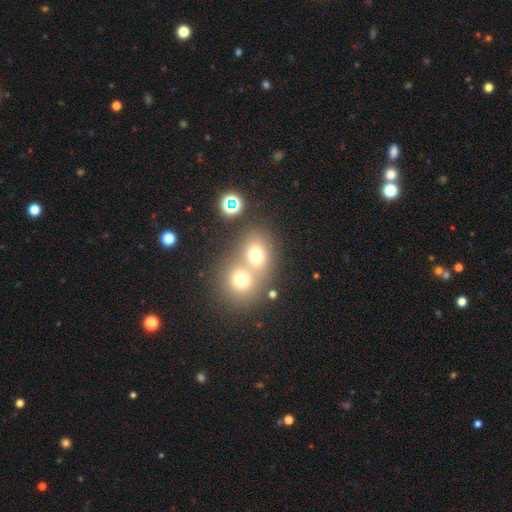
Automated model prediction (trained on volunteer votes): Q: Smooth or featured?
A: smooth (69%); runner-up: star or artifact (16%)
Q: How rounded?
A: round (67%); runner-up: in between (32%)
Q: Merging?
A: merger (57%); runner-up: none (33%)